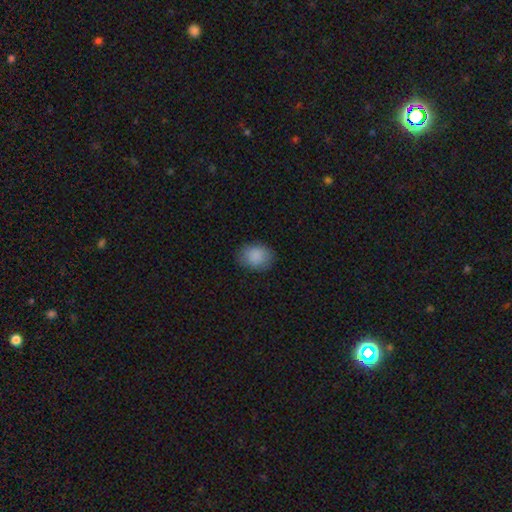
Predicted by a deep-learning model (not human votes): smooth_or_featured: smooth (p=0.89) [alt: star or artifact p=0.07]
how_rounded: in between (p=0.55) [alt: round p=0.44]
merging: none (p=0.83) [alt: minor disturbance p=0.13]